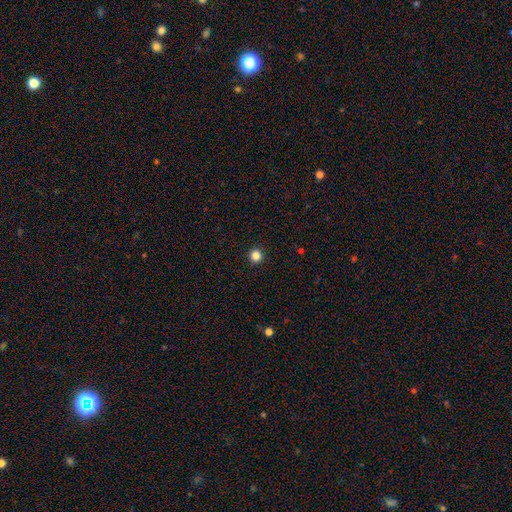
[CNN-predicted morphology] Smooth or featured?
  - smooth: 84% *
  - star or artifact: 13%
  - featured or disk: 3%
How rounded?
  - round: 96% *
  - in between: 3%
  - cigar-shaped: 1%
Merging?
  - none: 94% *
  - minor disturbance: 4%
  - major disturbance: 1%
  - merger: 1%